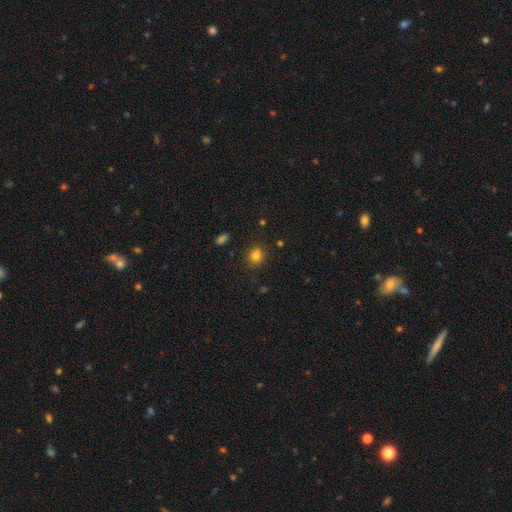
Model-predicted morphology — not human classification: smooth_or_featured: smooth (p=0.80) [alt: star or artifact p=0.14]
how_rounded: round (p=0.64) [alt: in between p=0.35]
merging: none (p=0.81) [alt: minor disturbance p=0.13]